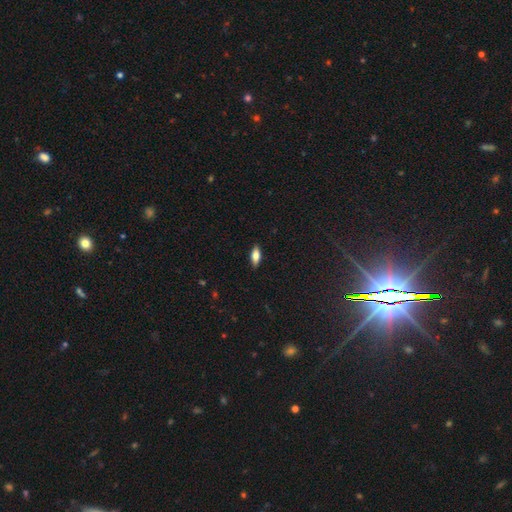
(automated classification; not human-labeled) Smooth or featured? Predicted: smooth (p=0.70). How rounded? Predicted: in between (p=0.77). Merging? Predicted: none (p=0.89).